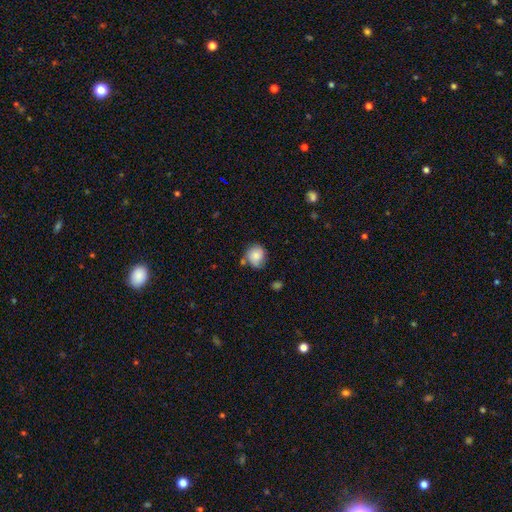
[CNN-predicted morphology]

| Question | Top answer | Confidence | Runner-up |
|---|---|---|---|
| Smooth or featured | smooth | 78% | featured or disk (13%) |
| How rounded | round | 76% | in between (23%) |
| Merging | none | 62% | minor disturbance (24%) |